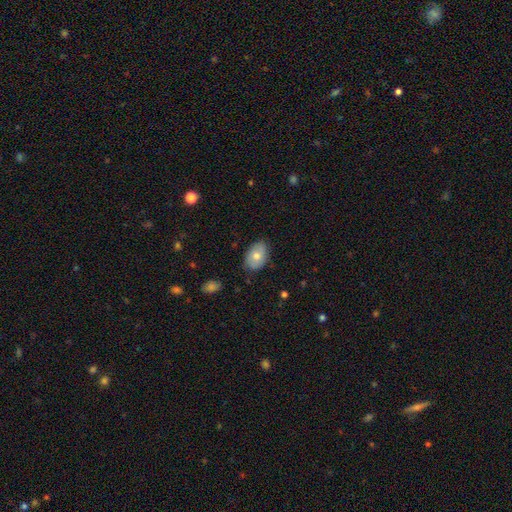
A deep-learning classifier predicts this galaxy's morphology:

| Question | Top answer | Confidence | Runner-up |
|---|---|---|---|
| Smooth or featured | smooth | 70% | featured or disk (22%) |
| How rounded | in between | 85% | round (14%) |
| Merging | none | 82% | minor disturbance (14%) |